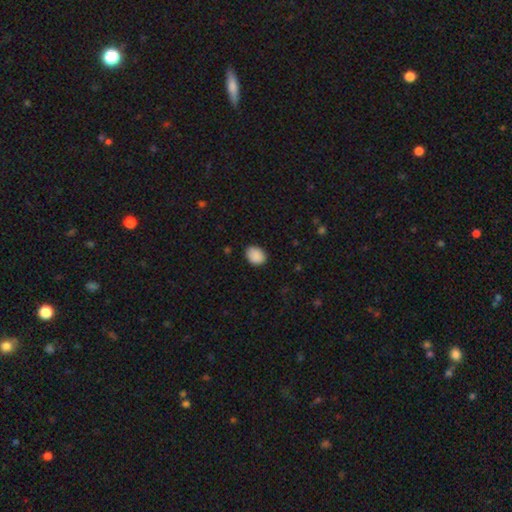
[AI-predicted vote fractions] smooth 90%, star or artifact 7%, featured or disk 3%. Down the decision tree: how rounded — in between (60%); merging — none (84%).